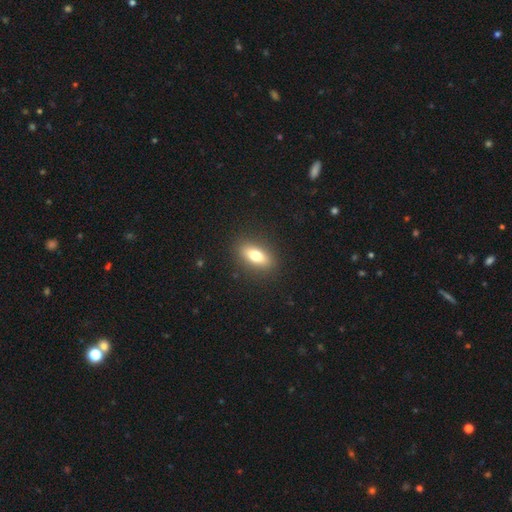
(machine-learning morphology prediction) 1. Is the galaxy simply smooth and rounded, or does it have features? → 71% smooth, 21% featured or disk, 8% star or artifact.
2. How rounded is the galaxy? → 77% in between, 17% cigar-shaped, 6% round.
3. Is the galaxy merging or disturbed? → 88% none, 8% minor disturbance, 3% major disturbance, 1% merger.